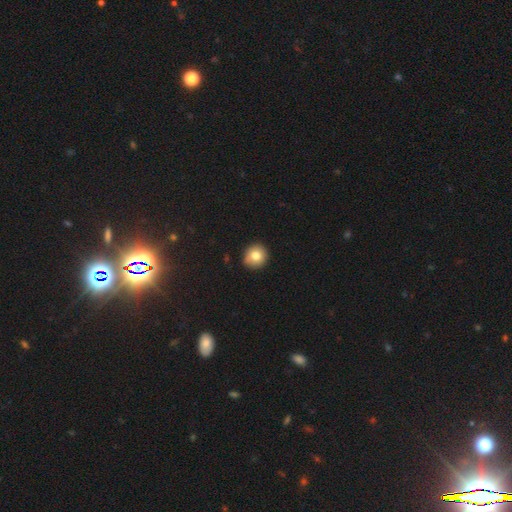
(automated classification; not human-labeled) smooth 80%, featured or disk 10%, star or artifact 10%. Down the decision tree: how rounded — round (88%); merging — none (86%).